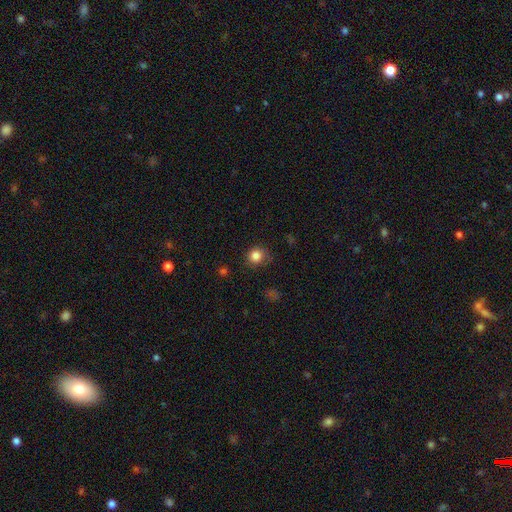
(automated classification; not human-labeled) This is clearly a smooth galaxy (83%). How rounded: clearly round (84%). Merging: likely none (76%).